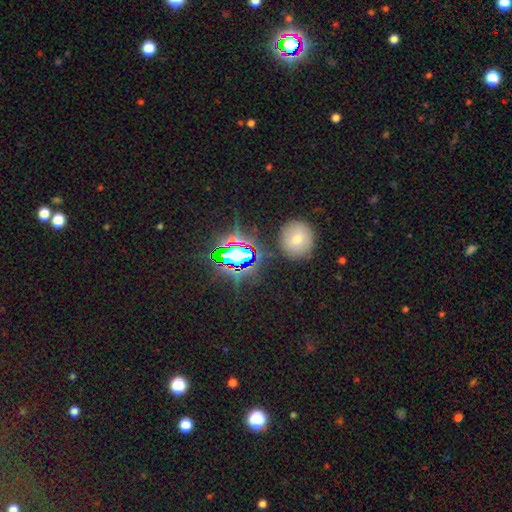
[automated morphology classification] A star or artifact, not a galaxy (67%).